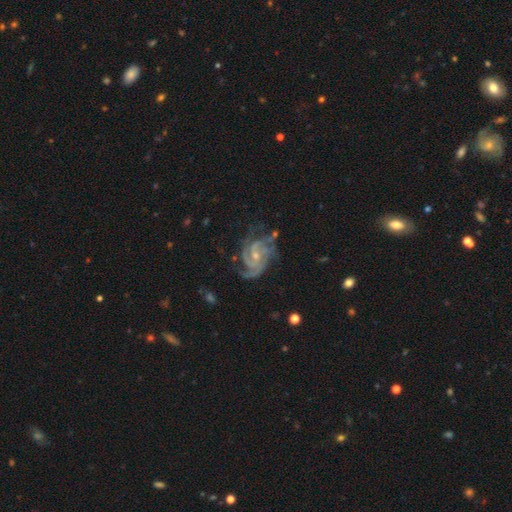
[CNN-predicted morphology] A featured or disk galaxy (91%) with no bar (59%), 3 (43%) tight (55%) spiral arms (98%) and a small central bulge (58%). Merging: none (67%).